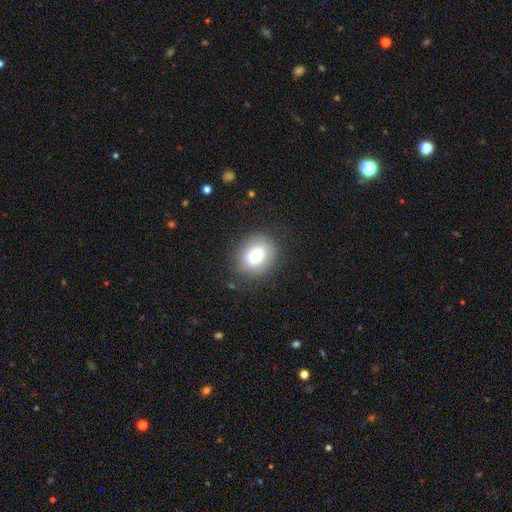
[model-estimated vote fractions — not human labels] A smooth galaxy with no disk features (73%) that is round (60%).

Vote fractions:
- Smooth or featured? smooth: 73% / featured or disk: 17% / star or artifact: 10%
- How rounded? round: 60% / in between: 39% / cigar-shaped: 1%
- Merging? none: 79% / minor disturbance: 14% / major disturbance: 6% / merger: 1%